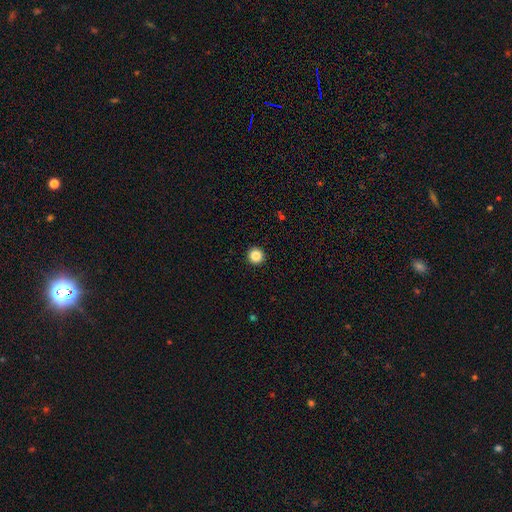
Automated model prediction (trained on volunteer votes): smooth-or-featured: smooth: 86% | star or artifact: 11% | featured or disk: 3%
  how-rounded: round: 96% | in between: 3% | cigar-shaped: 1%
  merging: none: 94% | minor disturbance: 4% | major disturbance: 1% | merger: 1%